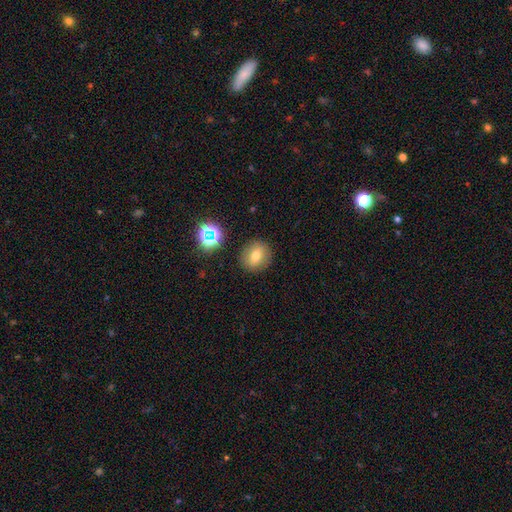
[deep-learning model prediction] Smooth or featured?
  - smooth: 70% *
  - featured or disk: 16%
  - star or artifact: 14%
How rounded?
  - round: 81% *
  - in between: 18%
  - cigar-shaped: 1%
Merging?
  - none: 87% *
  - minor disturbance: 8%
  - major disturbance: 3%
  - merger: 2%